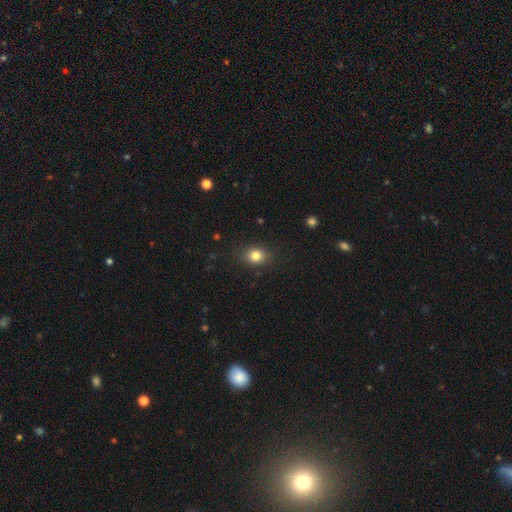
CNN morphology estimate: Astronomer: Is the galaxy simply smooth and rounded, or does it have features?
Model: smooth — 82%.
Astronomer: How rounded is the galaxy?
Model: round — 56% (runner-up: in between, 43%).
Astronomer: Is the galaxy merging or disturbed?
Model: none — 86%.